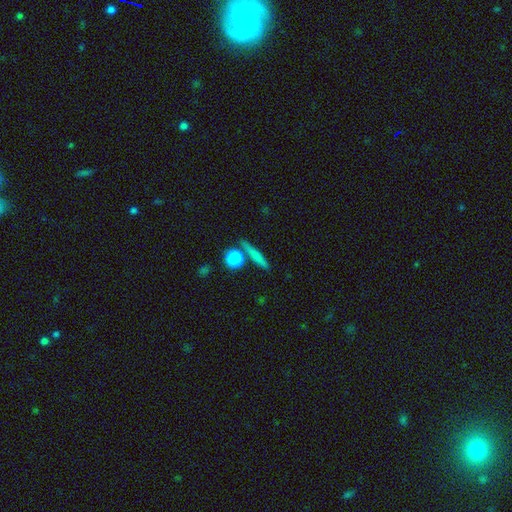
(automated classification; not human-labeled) Morphology: type=smooth (70%); roundness=cigar-shaped (67%); merging=none (75%).